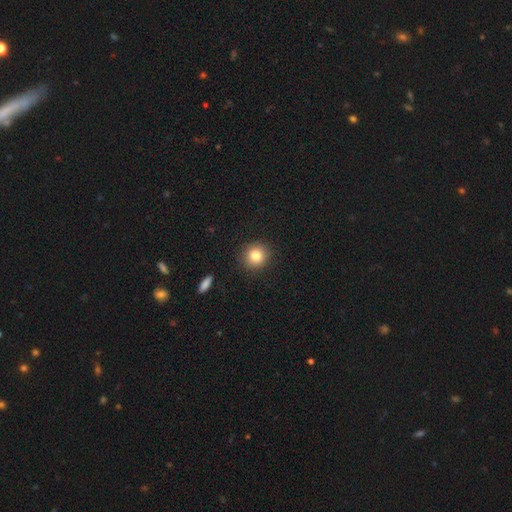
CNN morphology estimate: The model was most divided on "smooth or featured": smooth: 82%, star or artifact: 10%, featured or disk: 8%. More confident: merging — none (91%); how rounded — round (90%).